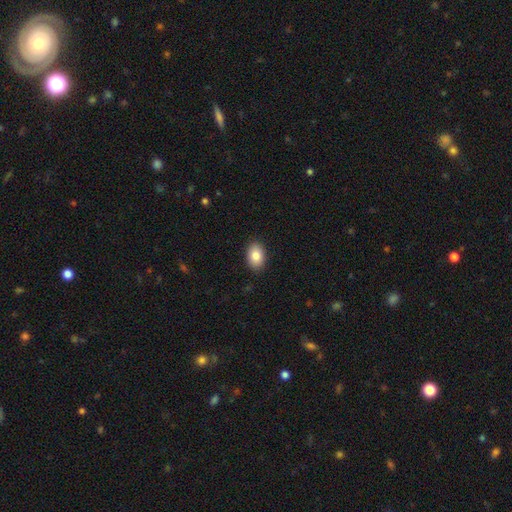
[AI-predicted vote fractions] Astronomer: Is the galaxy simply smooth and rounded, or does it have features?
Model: smooth — 85%.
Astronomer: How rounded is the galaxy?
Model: in between — 86%.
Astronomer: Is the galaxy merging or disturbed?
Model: none — 89%.